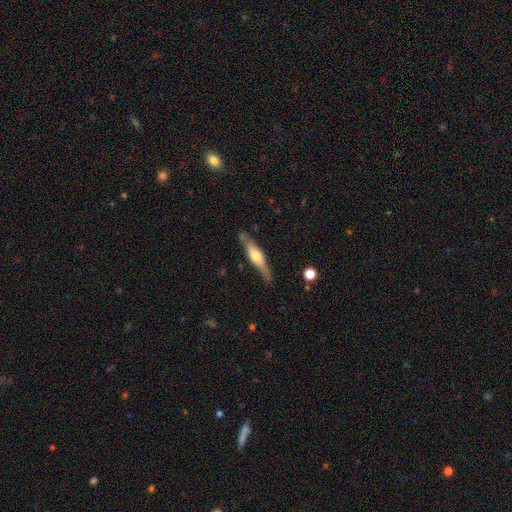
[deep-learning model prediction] featured or disk 63%, smooth 32%, star or artifact 6%. Down the decision tree: edge-on disk — yes (93%); edge-on bulge — rounded (85%); merging — none (78%).